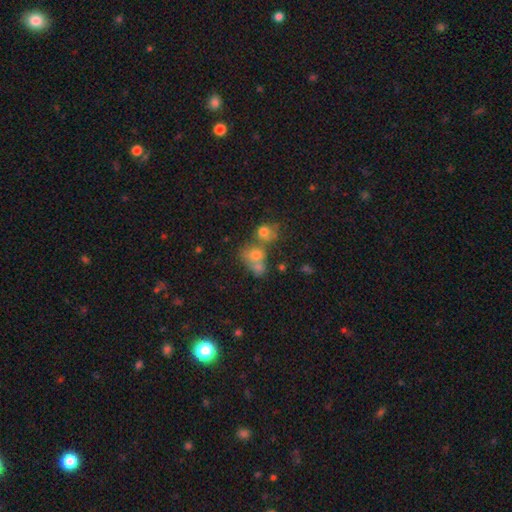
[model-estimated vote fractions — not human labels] A smooth galaxy with no disk features (68%) that is round (60%).

Vote fractions:
- Smooth or featured? smooth: 68% / featured or disk: 16% / star or artifact: 16%
- How rounded? round: 60% / in between: 38% / cigar-shaped: 1%
- Merging? merger: 56% / none: 30% / minor disturbance: 9% / major disturbance: 5%